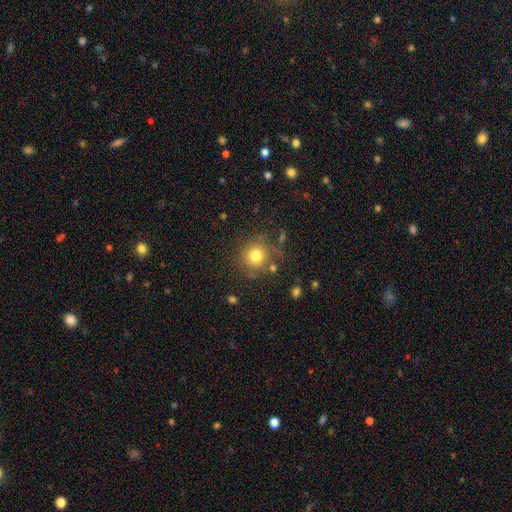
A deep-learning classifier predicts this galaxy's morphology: Q: Smooth or featured?
A: smooth (76%); runner-up: star or artifact (14%)
Q: How rounded?
A: round (92%); runner-up: in between (7%)
Q: Merging?
A: none (78%); runner-up: minor disturbance (11%)